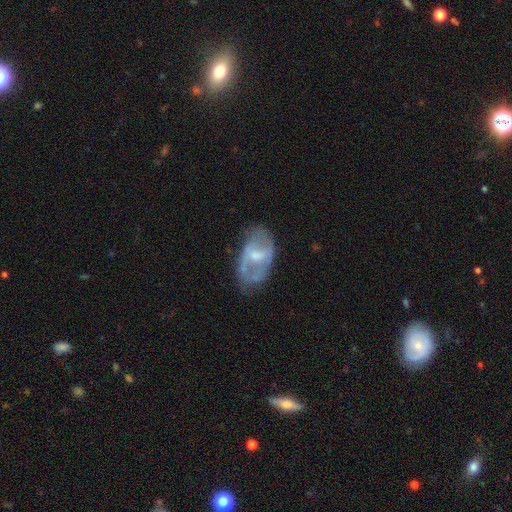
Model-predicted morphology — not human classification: Smooth or featured: featured or disk — 63% (smooth — 31%)
Edge-on disk: no — 94% (yes — 6%)
Bar: weak — 44% (no — 43%)
Spiral arms: no — 52% (yes — 48%)
Bulge size: moderate — 53% (small — 31%)
Merging: none — 54% (minor disturbance — 27%)